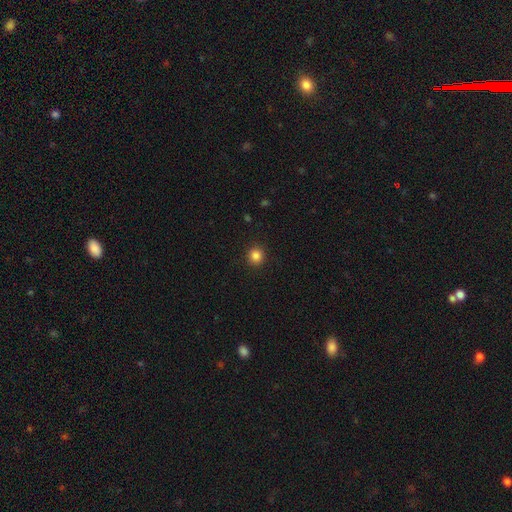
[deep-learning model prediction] Smooth or featured? Predicted: smooth (p=0.85). How rounded? Predicted: round (p=0.93). Merging? Predicted: none (p=0.92).